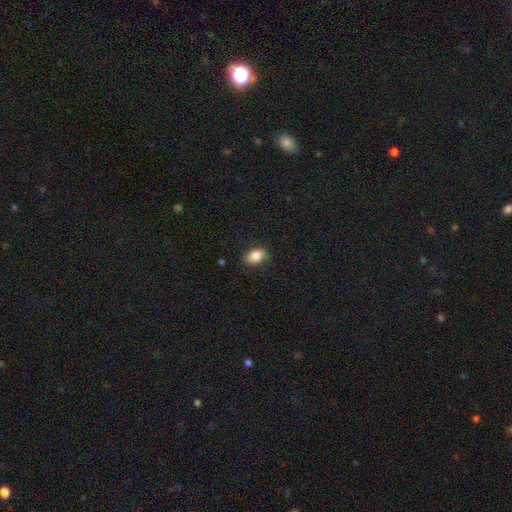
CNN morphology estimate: Overall: smooth (84%). How rounded: in between (74%). Merging: none (78%).